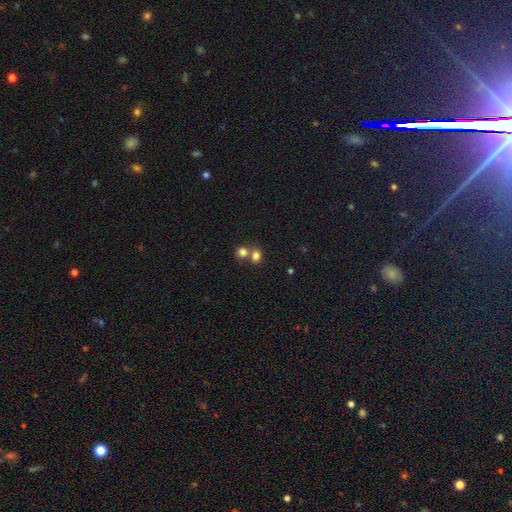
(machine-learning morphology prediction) This appears to be a smooth galaxy with no disk features (79%) that is round (62%). Merging: merger (52%).